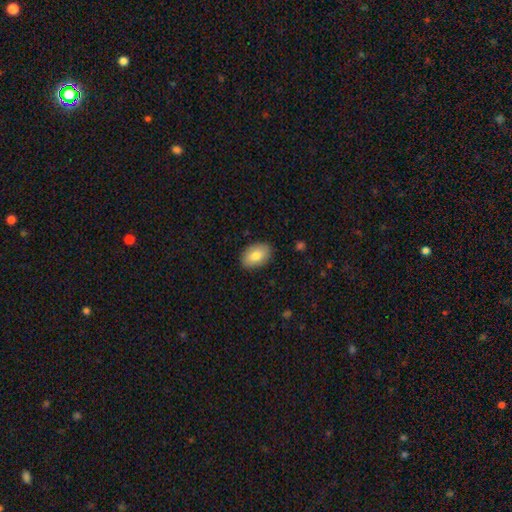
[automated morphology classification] smooth-or-featured: smooth: 81% | featured or disk: 13% | star or artifact: 6%
  how-rounded: in between: 90% | round: 9% | cigar-shaped: 1%
  merging: none: 88% | minor disturbance: 9% | major disturbance: 2% | merger: 1%